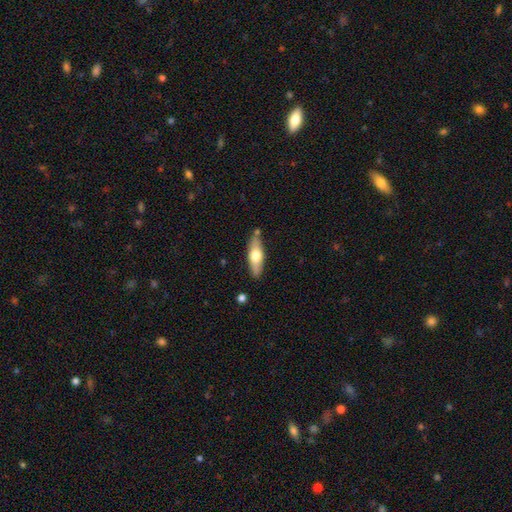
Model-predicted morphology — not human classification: Overall: smooth (54%; featured or disk 40%). How rounded: in between (51%; cigar-shaped 47%). Merging: none (80%).